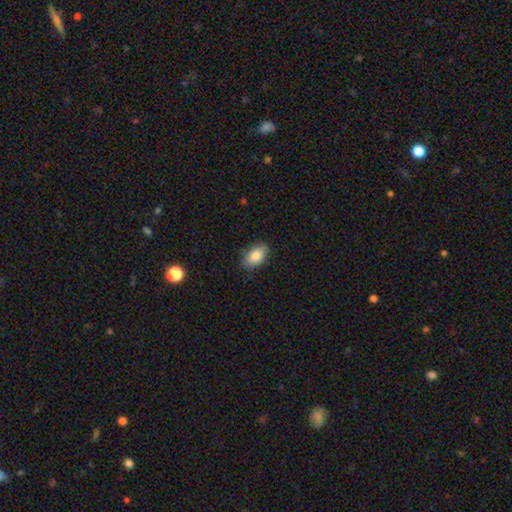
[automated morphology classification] type=smooth (85%); roundness=in between (91%); merging=none (80%).